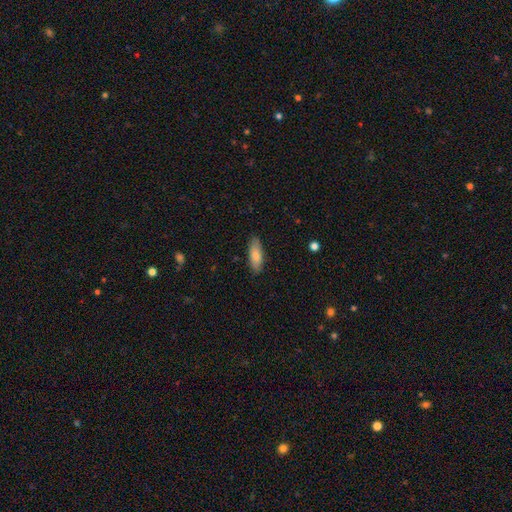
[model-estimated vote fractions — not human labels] smooth_or_featured: smooth (p=0.82) [alt: featured or disk p=0.12]
how_rounded: in between (p=0.67) [alt: cigar-shaped p=0.31]
merging: none (p=0.88) [alt: minor disturbance p=0.09]